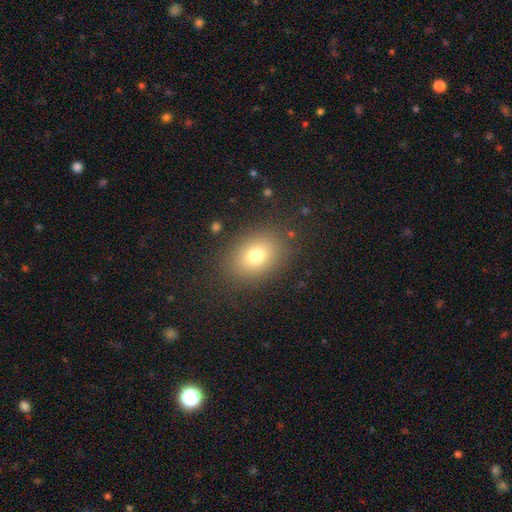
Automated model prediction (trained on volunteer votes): smooth 75%, star or artifact 13%, featured or disk 12%. Down the decision tree: how rounded — in between (65%); merging — none (86%).